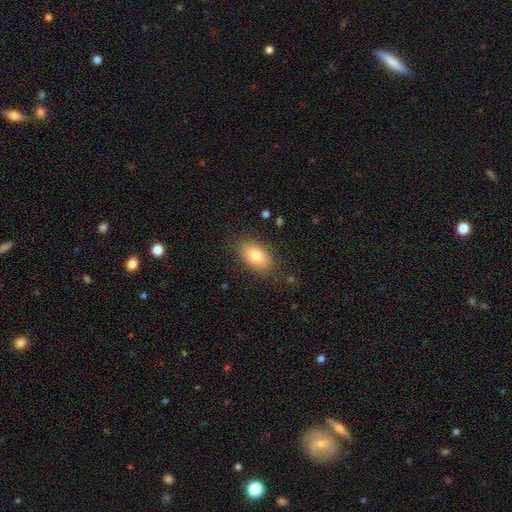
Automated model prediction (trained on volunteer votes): Smooth or featured? smooth (80%)
How rounded? in between (91%)
Merging? none (83%)